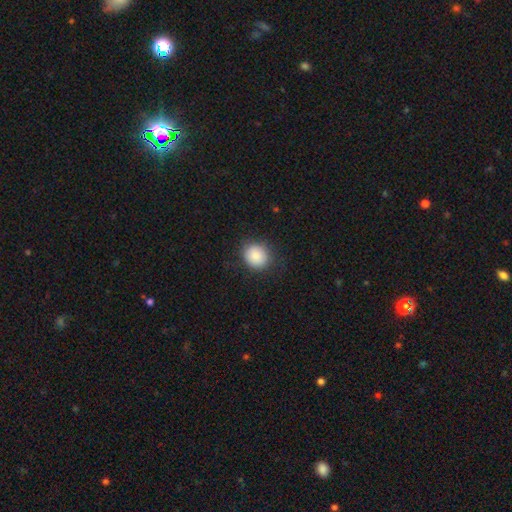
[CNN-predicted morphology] smooth-or-featured: smooth: 87% | star or artifact: 8% | featured or disk: 5%
  how-rounded: round: 78% | in between: 21% | cigar-shaped: 1%
  merging: none: 82% | minor disturbance: 13% | major disturbance: 4% | merger: 1%